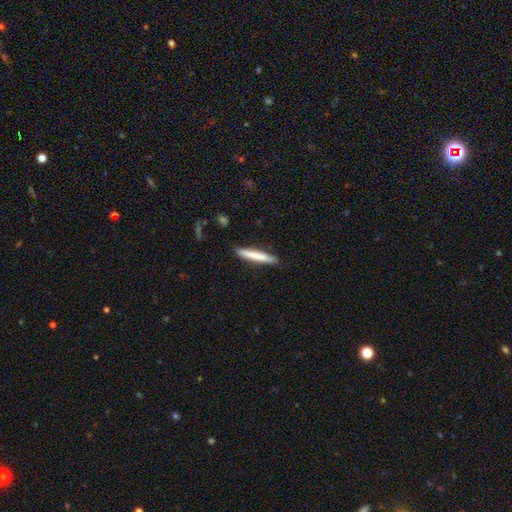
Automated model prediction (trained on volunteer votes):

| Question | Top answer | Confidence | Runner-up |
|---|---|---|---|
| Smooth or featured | smooth | 75% | featured or disk (19%) |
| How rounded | cigar-shaped | 94% | in between (4%) |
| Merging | none | 89% | minor disturbance (8%) |